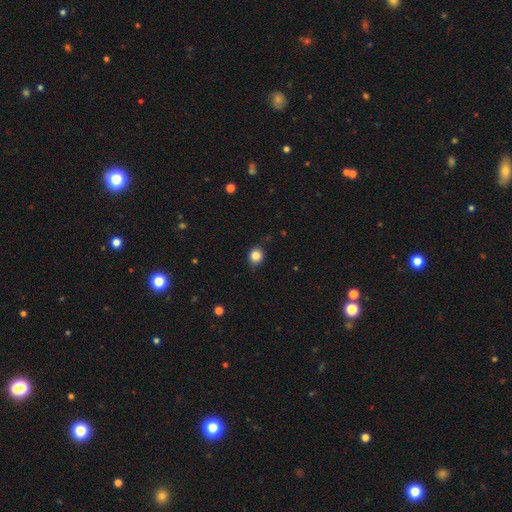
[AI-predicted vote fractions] smooth-or-featured: smooth: 84% | star or artifact: 11% | featured or disk: 5%
  how-rounded: round: 81% | in between: 18% | cigar-shaped: 1%
  merging: none: 84% | minor disturbance: 12% | major disturbance: 2% | merger: 1%